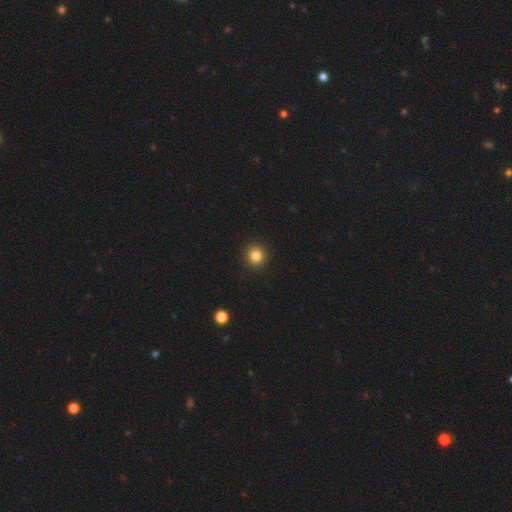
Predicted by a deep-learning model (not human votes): Smooth or featured: smooth — 83% (star or artifact — 12%)
How rounded: round — 94% (in between — 5%)
Merging: none — 93% (minor disturbance — 4%)